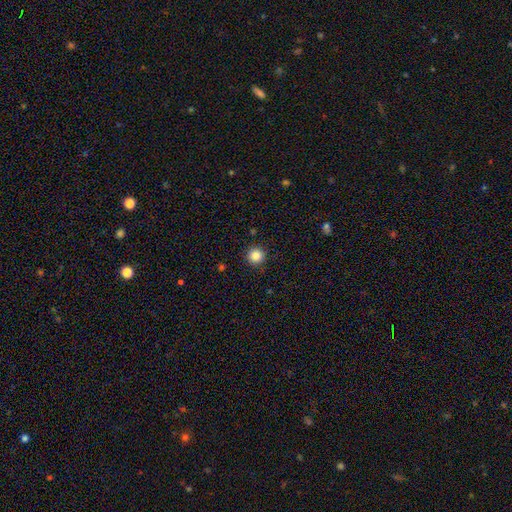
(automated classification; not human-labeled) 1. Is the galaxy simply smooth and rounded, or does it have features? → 86% smooth, 10% star or artifact, 4% featured or disk.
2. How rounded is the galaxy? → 96% round, 3% in between, 1% cigar-shaped.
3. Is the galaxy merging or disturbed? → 92% none, 5% minor disturbance, 2% major disturbance, 1% merger.